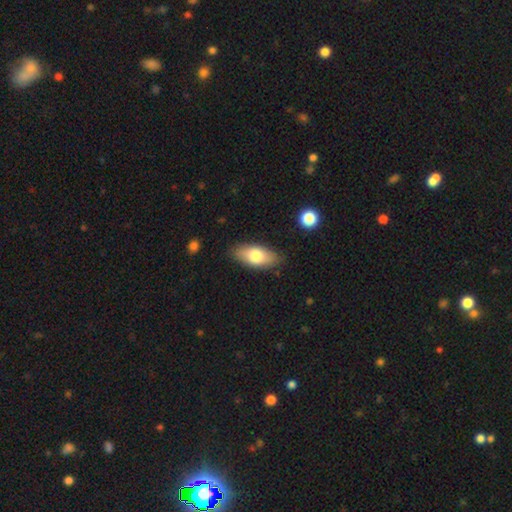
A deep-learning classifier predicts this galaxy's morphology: smooth-or-featured: smooth: 73% | featured or disk: 21% | star or artifact: 6%
  how-rounded: in between: 87% | cigar-shaped: 10% | round: 3%
  merging: none: 84% | minor disturbance: 12% | major disturbance: 3% | merger: 1%